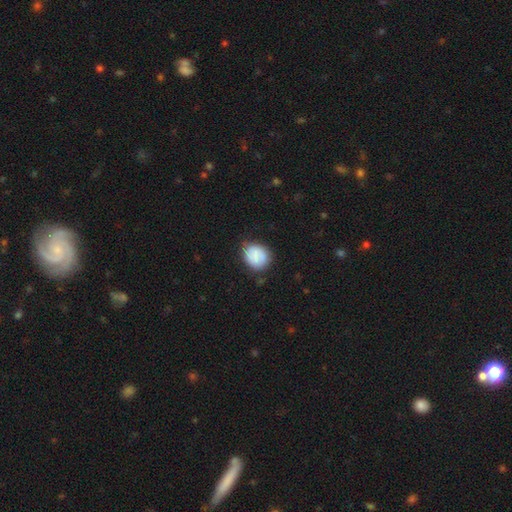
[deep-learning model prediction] Smooth or featured: smooth — 78% (featured or disk — 14%)
How rounded: round — 68% (in between — 31%)
Merging: none — 70% (minor disturbance — 23%)